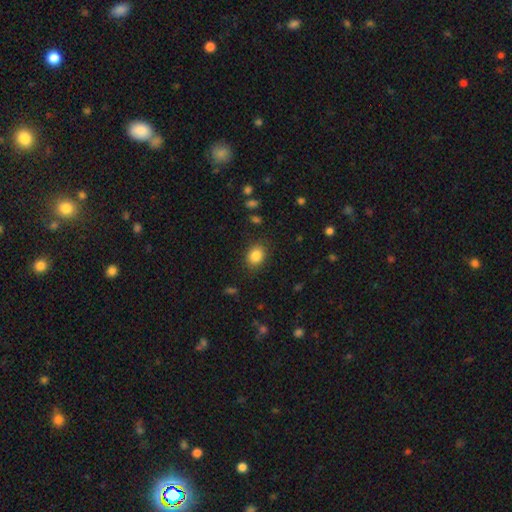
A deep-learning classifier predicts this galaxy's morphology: Overall: smooth (85%). How rounded: in between (56%; round 43%). Merging: none (84%).